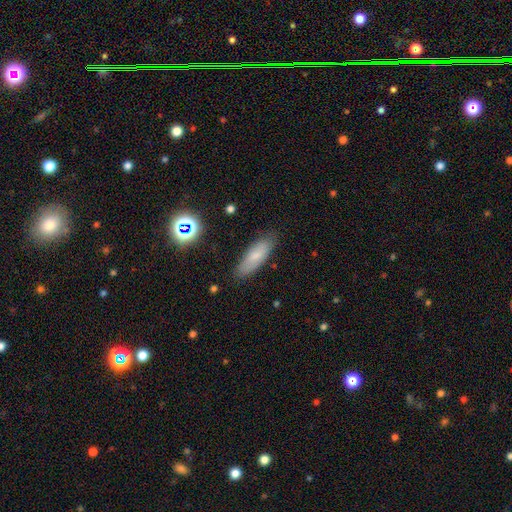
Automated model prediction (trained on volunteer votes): Q: Smooth or featured?
A: smooth (72%); runner-up: featured or disk (18%)
Q: How rounded?
A: in between (57%); runner-up: cigar-shaped (41%)
Q: Merging?
A: none (82%); runner-up: minor disturbance (13%)